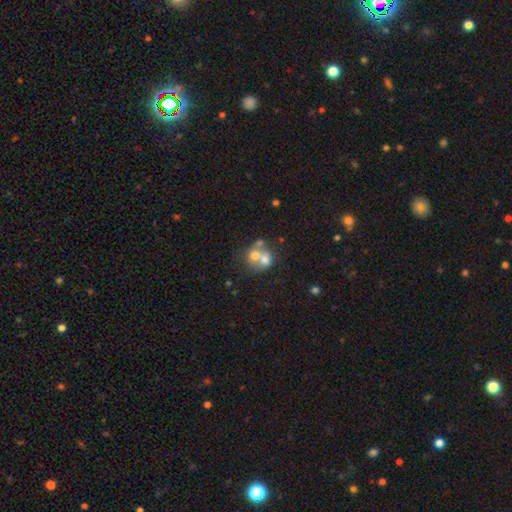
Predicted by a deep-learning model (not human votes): Smooth or featured: smooth — 59% (featured or disk — 30%)
How rounded: round — 70% (in between — 29%)
Merging: merger — 67% (none — 23%)